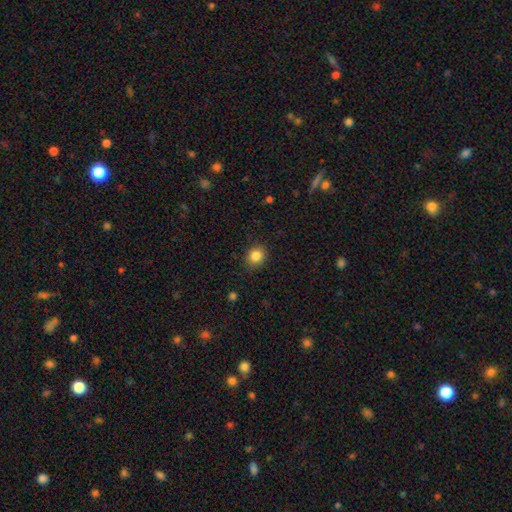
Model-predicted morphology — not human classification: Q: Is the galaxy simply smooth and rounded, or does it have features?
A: smooth — 85%.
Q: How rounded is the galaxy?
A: round — 73%.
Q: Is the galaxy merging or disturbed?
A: none — 87%.